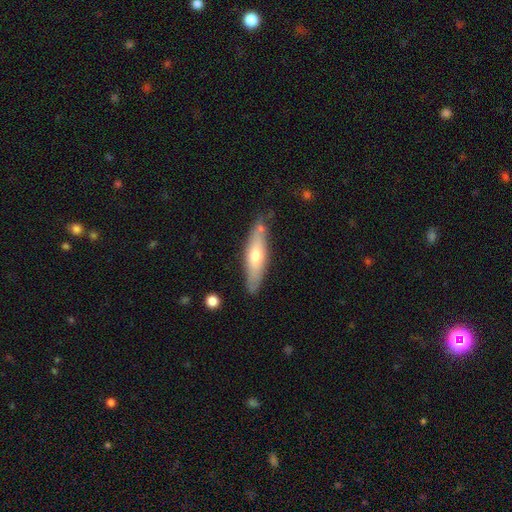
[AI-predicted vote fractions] A smooth galaxy with no disk features (54%) that is cigar-shaped (68%). Merging: none (77%).